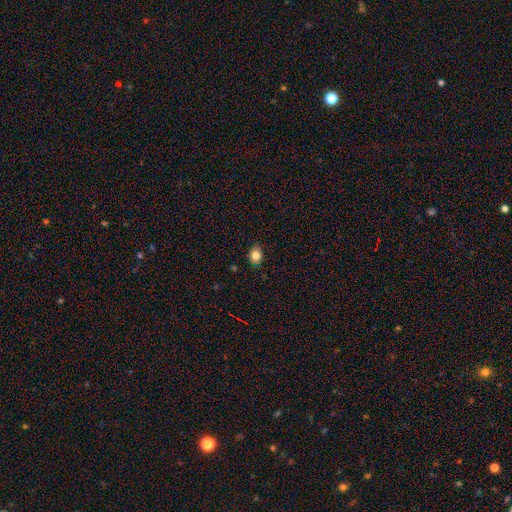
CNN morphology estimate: Smooth or featured?
  - smooth: 83% *
  - star or artifact: 10%
  - featured or disk: 7%
How rounded?
  - in between: 64% *
  - round: 35%
  - cigar-shaped: 1%
Merging?
  - none: 85% *
  - minor disturbance: 12%
  - major disturbance: 2%
  - merger: 1%